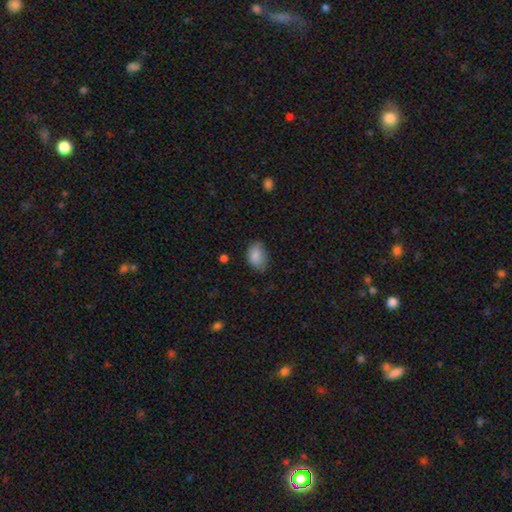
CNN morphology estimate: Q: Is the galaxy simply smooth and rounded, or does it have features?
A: smooth — 84%.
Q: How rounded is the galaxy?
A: in between — 83%.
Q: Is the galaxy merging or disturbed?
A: none — 65%.